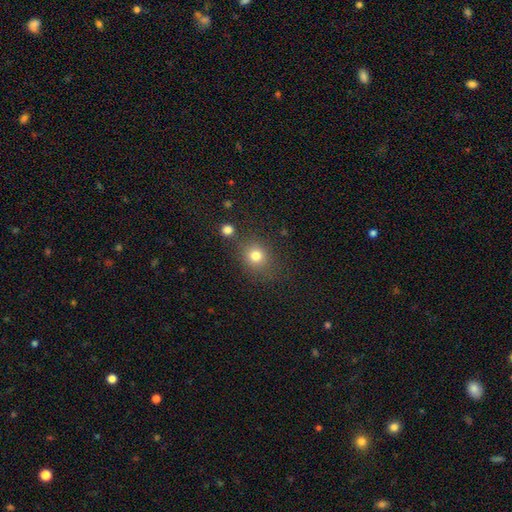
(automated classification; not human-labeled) Morphology: type=smooth (79%); roundness=round (77%); merging=none (77%).